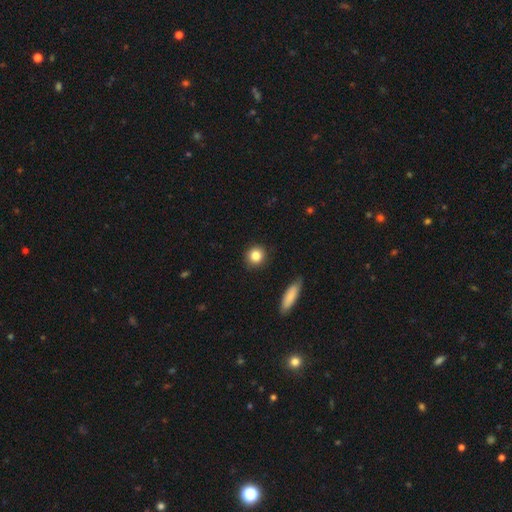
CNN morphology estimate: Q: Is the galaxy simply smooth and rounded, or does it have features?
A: smooth — 84%.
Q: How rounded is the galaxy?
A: round — 88%.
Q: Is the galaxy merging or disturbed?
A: none — 89%.